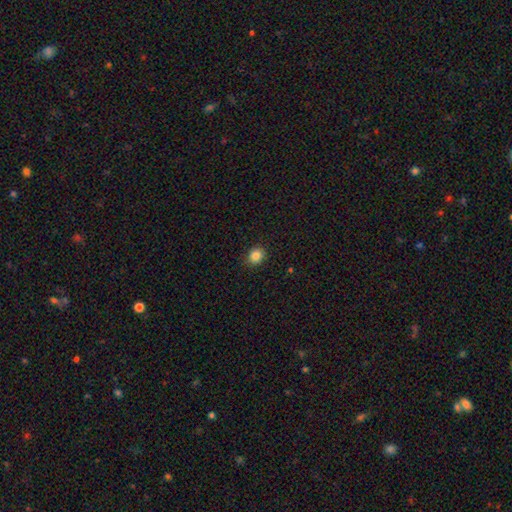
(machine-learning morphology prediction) A smooth galaxy with no disk features (85%) that is round (69%).

Vote fractions:
- Smooth or featured? smooth: 85% / star or artifact: 11% / featured or disk: 4%
- How rounded? round: 69% / in between: 30% / cigar-shaped: 1%
- Merging? none: 89% / minor disturbance: 8% / major disturbance: 2% / merger: 1%